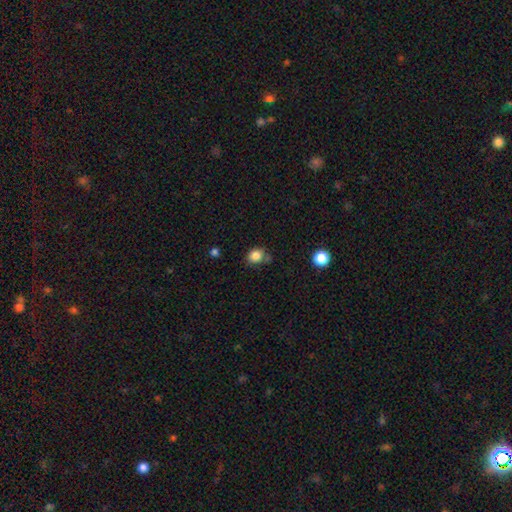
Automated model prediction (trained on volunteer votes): A smooth galaxy with no disk features (84%) that is round (58%). Merging: none (65%).